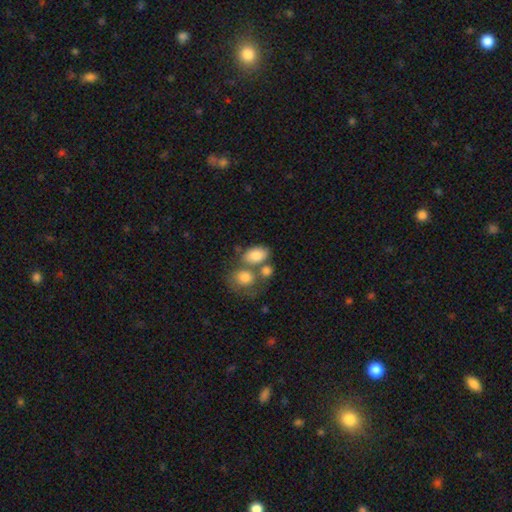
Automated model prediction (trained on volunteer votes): This appears to be a smooth galaxy with no disk features (80%) that is in between round and cigar-shaped (80%). Merging: none (41%).